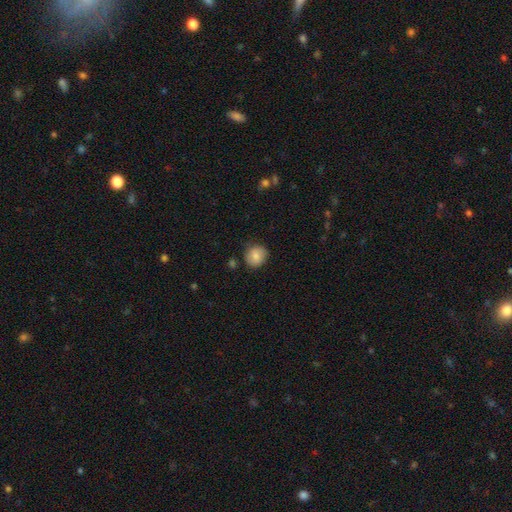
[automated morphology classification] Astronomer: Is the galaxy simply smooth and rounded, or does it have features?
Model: smooth — 80%.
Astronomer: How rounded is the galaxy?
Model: round — 81%.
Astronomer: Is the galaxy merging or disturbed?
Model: none — 80%.